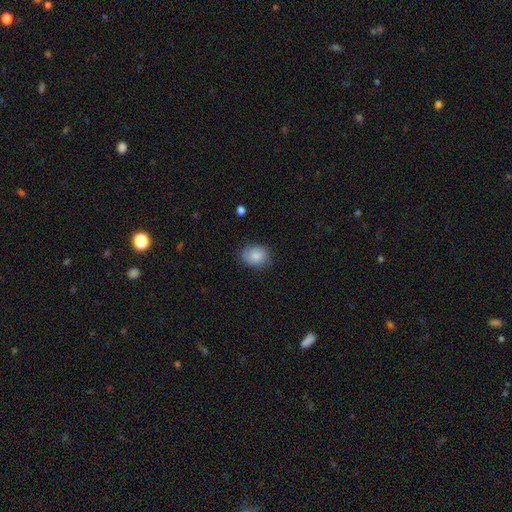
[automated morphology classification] This appears to be a smooth galaxy with no disk features (83%) that is round (51%). Merging: none (75%).